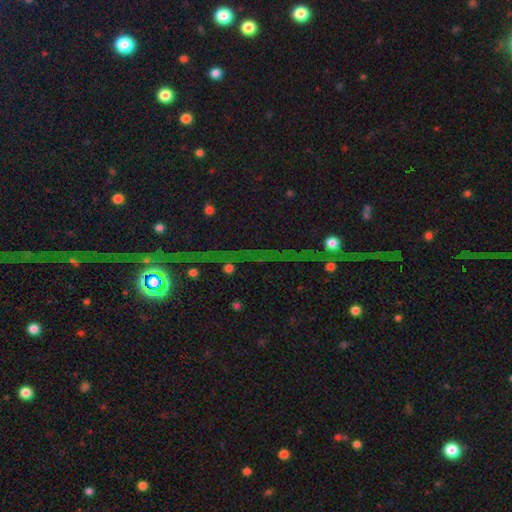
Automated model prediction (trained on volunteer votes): Morphology: type=star or artifact (76%).